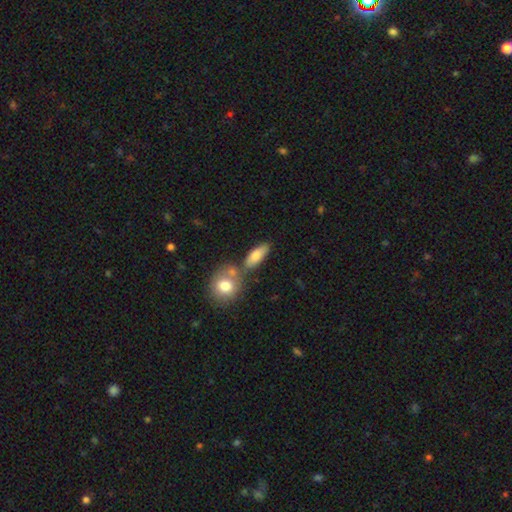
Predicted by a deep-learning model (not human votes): smooth-or-featured: smooth: 80% | featured or disk: 13% | star or artifact: 7%
  how-rounded: in between: 72% | cigar-shaped: 21% | round: 8%
  merging: none: 56% | merger: 26% | minor disturbance: 13% | major disturbance: 5%